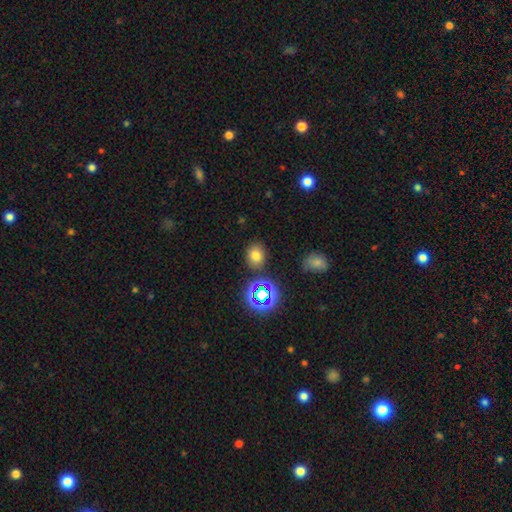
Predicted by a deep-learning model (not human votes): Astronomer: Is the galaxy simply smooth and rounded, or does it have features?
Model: smooth — 71%.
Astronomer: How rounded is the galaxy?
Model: round — 58% (runner-up: in between, 41%).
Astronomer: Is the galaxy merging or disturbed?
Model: none — 82%.